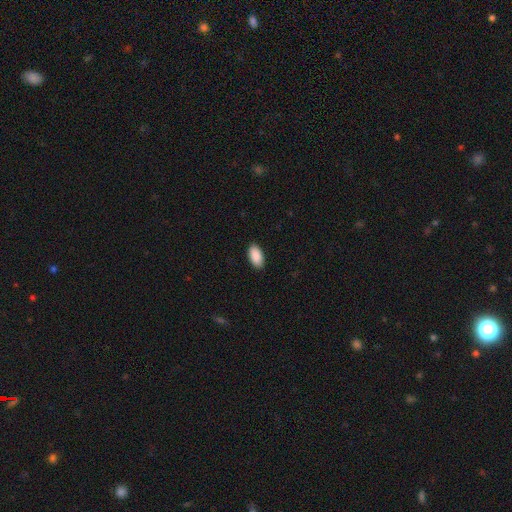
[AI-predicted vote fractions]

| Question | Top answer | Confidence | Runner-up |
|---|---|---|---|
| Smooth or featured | smooth | 91% | star or artifact (6%) |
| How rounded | in between | 95% | cigar-shaped (3%) |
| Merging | none | 90% | minor disturbance (7%) |